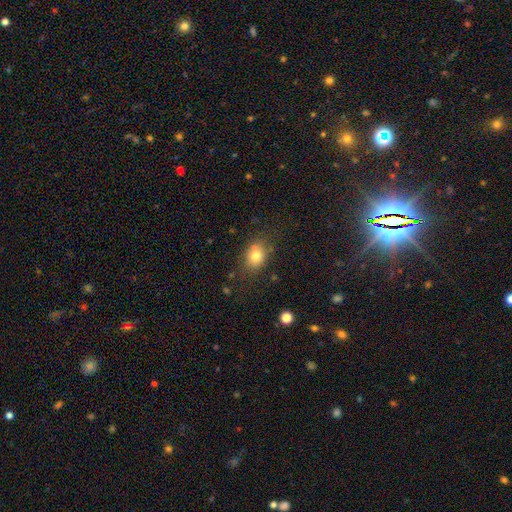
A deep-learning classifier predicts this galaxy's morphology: Smooth or featured: smooth — 79% (featured or disk — 11%)
How rounded: in between — 62% (round — 37%)
Merging: none — 77% (minor disturbance — 16%)